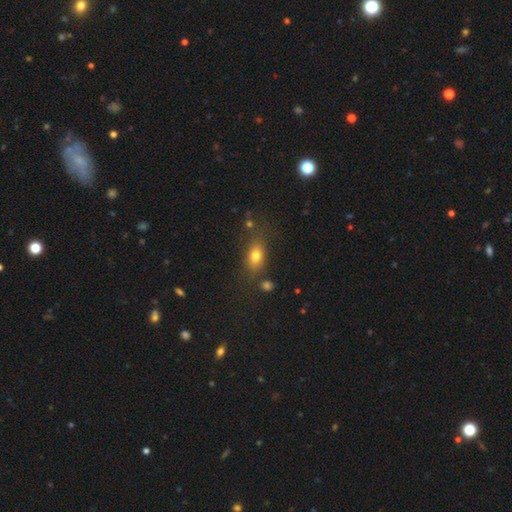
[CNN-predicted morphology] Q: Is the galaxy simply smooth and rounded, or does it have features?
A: smooth — 77%.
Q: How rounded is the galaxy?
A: in between — 75%.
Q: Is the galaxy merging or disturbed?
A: none — 67%.